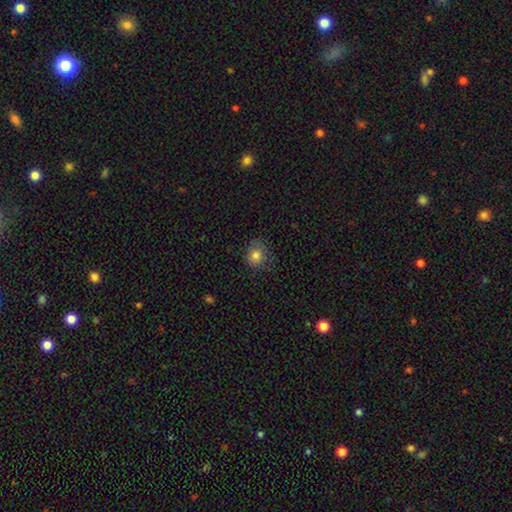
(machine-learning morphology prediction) Q: Smooth or featured?
A: smooth (81%); runner-up: star or artifact (11%)
Q: How rounded?
A: round (78%); runner-up: in between (21%)
Q: Merging?
A: none (76%); runner-up: minor disturbance (18%)